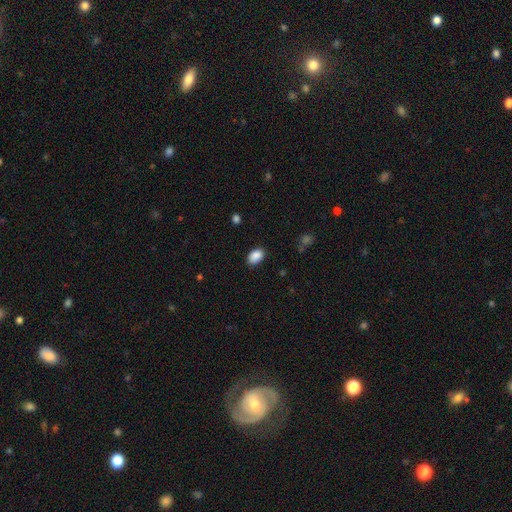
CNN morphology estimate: Overall: smooth (89%). How rounded: in between (87%). Merging: none (85%).